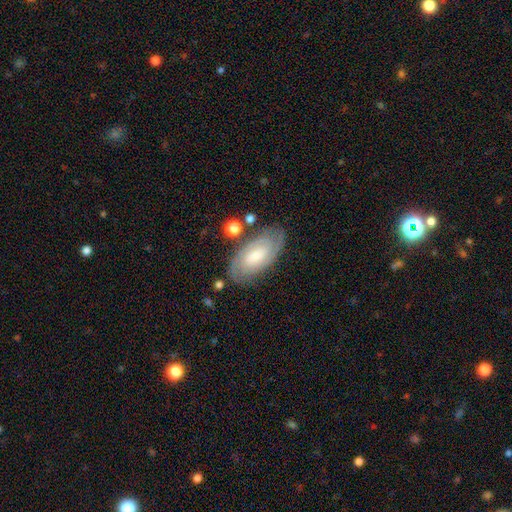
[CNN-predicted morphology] The model was most divided on "bulge size": moderate: 37%, small: 34%, large: 16%, none: 10%, dominant: 3%. More confident: edge-on disk — no (93%); spiral arms — yes (88%); merging — none (77%); spiral winding — tight (68%); smooth or featured — featured or disk (66%); bar — no (53%); spiral arm count — 2 (53%).